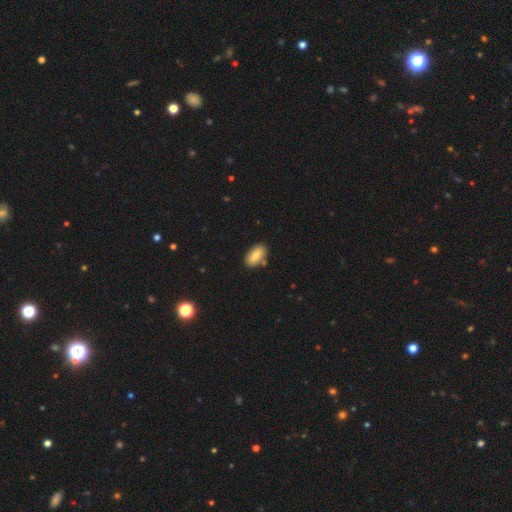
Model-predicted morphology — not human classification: The model was most divided on "smooth or featured": smooth: 79%, featured or disk: 14%, star or artifact: 7%. More confident: how rounded — in between (92%); merging — none (79%).